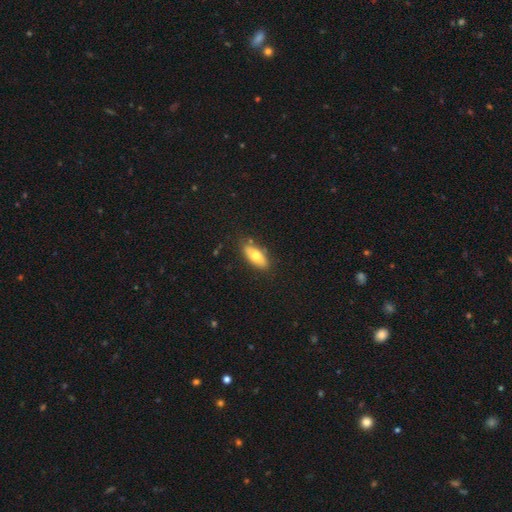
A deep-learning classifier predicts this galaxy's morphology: This appears to be a smooth galaxy with no disk features (71%) that is in between round and cigar-shaped (78%). Merging: none (82%).